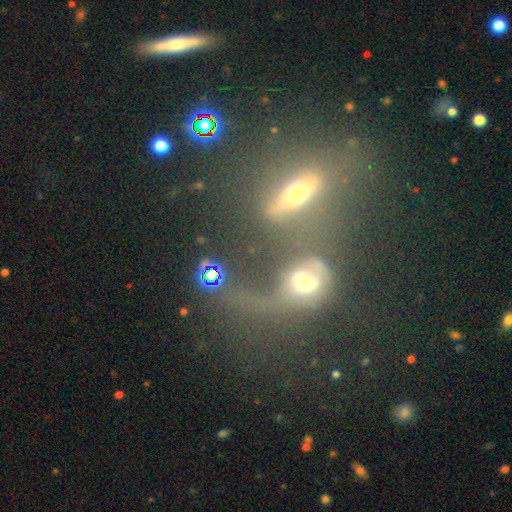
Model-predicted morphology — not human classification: This appears to be a featured or disk galaxy (44%). Merging: merger (52%).